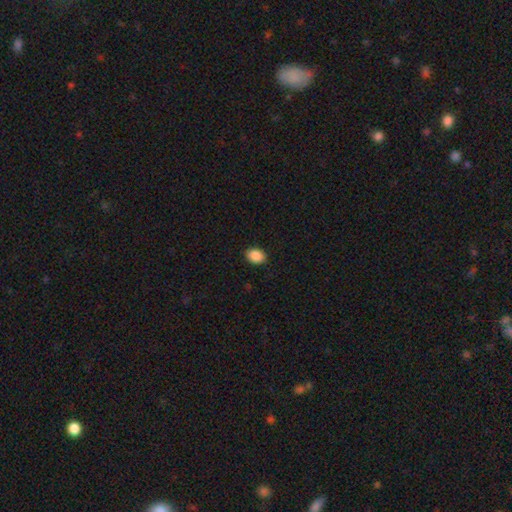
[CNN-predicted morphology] type=smooth (89%); roundness=in between (70%); merging=none (89%).